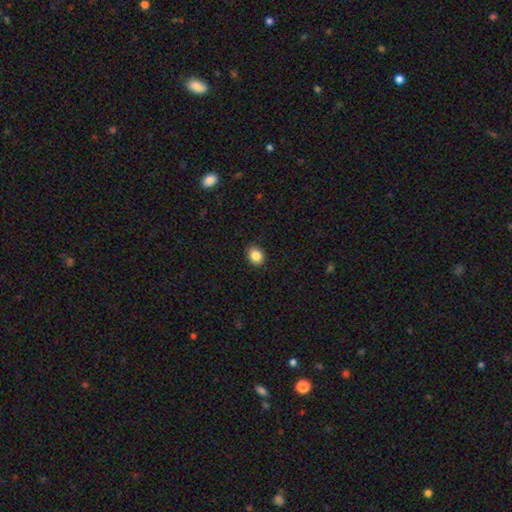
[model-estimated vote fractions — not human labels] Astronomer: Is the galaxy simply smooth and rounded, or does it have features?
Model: smooth — 85%.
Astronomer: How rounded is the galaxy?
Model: round — 68%.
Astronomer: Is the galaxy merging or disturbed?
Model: none — 90%.